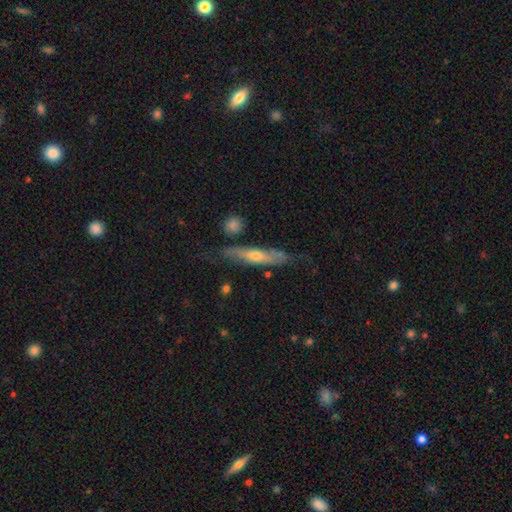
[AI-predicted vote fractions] featured or disk 56%, smooth 38%, star or artifact 6%. Down the decision tree: edge-on disk — yes (75%); merging — none (65%).